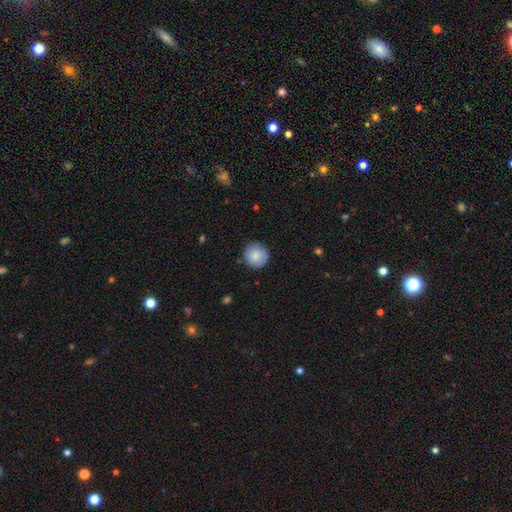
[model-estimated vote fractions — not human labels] Smooth or featured? smooth (85%)
How rounded? round (95%)
Merging? none (87%)